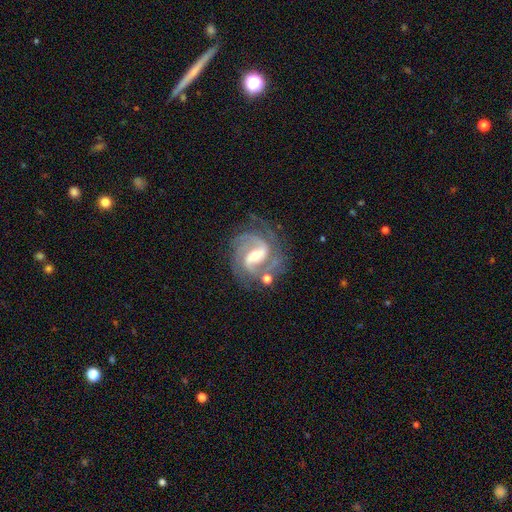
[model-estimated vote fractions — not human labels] This appears to be a featured or disk galaxy (91%) with a strong bar (46%), 2 (58%) medium (54%) spiral arms (98%) and a moderate central bulge (58%). Merging: none (66%).